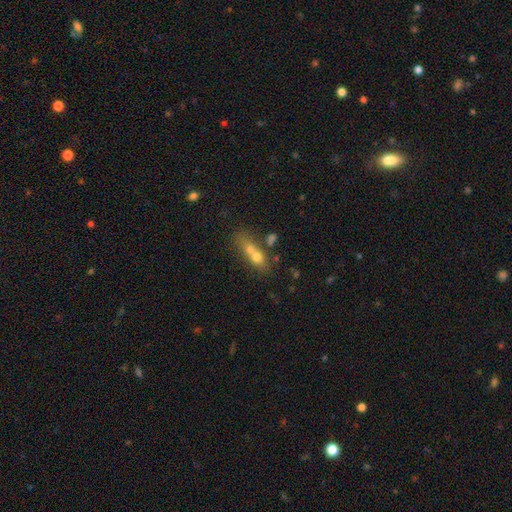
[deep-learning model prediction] The model was most divided on "how rounded": in between: 51%, round: 27%, cigar-shaped: 22%. More confident: smooth or featured — smooth (58%); merging — merger (57%).